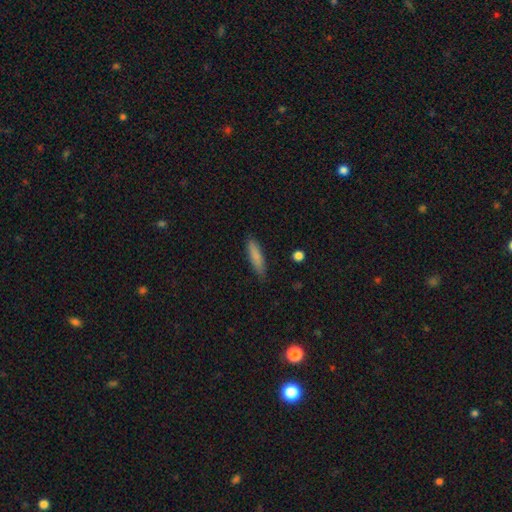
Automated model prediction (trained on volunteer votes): Q: Smooth or featured?
A: smooth (82%); runner-up: featured or disk (11%)
Q: How rounded?
A: cigar-shaped (79%); runner-up: in between (20%)
Q: Merging?
A: none (83%); runner-up: minor disturbance (13%)